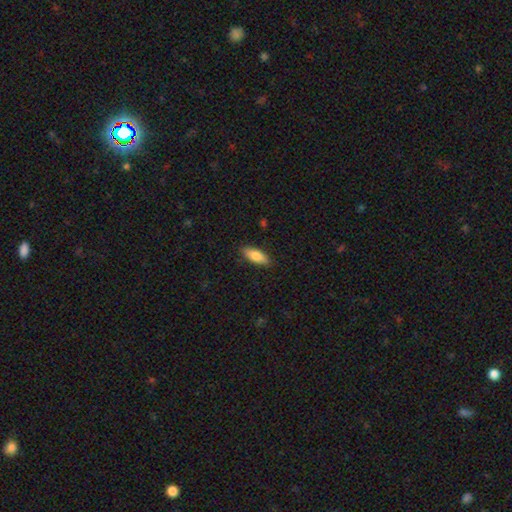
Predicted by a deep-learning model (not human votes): Morphology: type=smooth (81%); roundness=in between (72%); merging=none (87%).